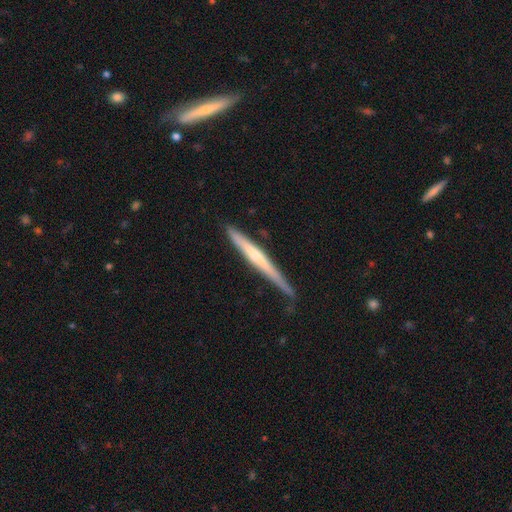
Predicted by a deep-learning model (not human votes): featured or disk 60%, smooth 34%, star or artifact 6%. Down the decision tree: edge-on disk — yes (96%); edge-on bulge — rounded (50%); merging — none (76%).